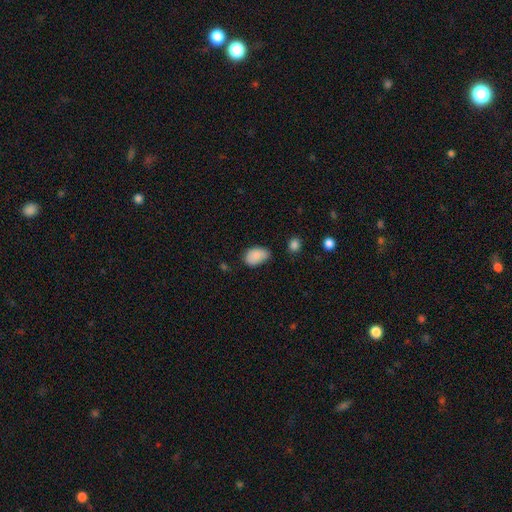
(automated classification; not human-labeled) Smooth or featured? smooth (87%)
How rounded? in between (90%)
Merging? none (60%)